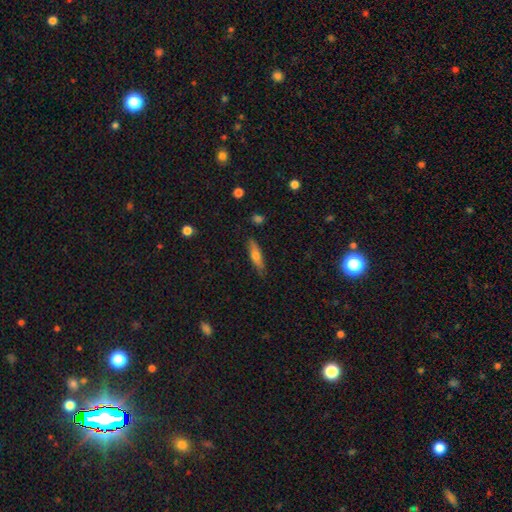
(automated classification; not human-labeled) smooth_or_featured: smooth (p=0.60) [alt: featured or disk p=0.33]
how_rounded: cigar-shaped (p=0.70) [alt: in between p=0.28]
merging: none (p=0.83) [alt: minor disturbance p=0.13]